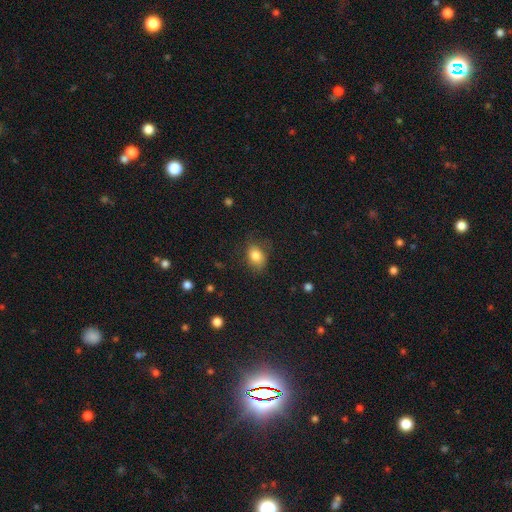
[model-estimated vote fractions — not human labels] smooth-or-featured: smooth: 82% | star or artifact: 10% | featured or disk: 9%
  how-rounded: in between: 69% | round: 30% | cigar-shaped: 1%
  merging: none: 71% | minor disturbance: 21% | major disturbance: 7% | merger: 1%